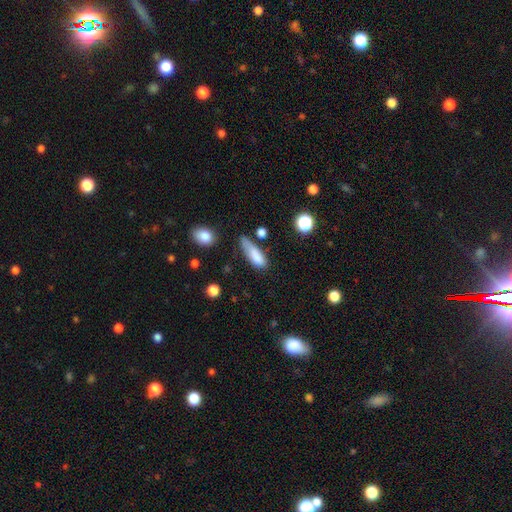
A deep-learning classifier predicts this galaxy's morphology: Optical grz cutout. It shows a smooth galaxy with no disk features (80%) that is in between round and cigar-shaped (56%). Merging: none (39%).